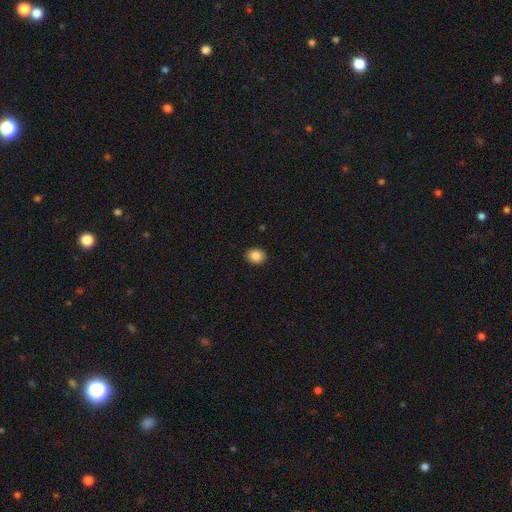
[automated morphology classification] Smooth or featured?
  - smooth: 86% *
  - star or artifact: 9%
  - featured or disk: 5%
How rounded?
  - round: 56% *
  - in between: 44%
  - cigar-shaped: 1%
Merging?
  - none: 90% *
  - minor disturbance: 7%
  - major disturbance: 2%
  - merger: 1%